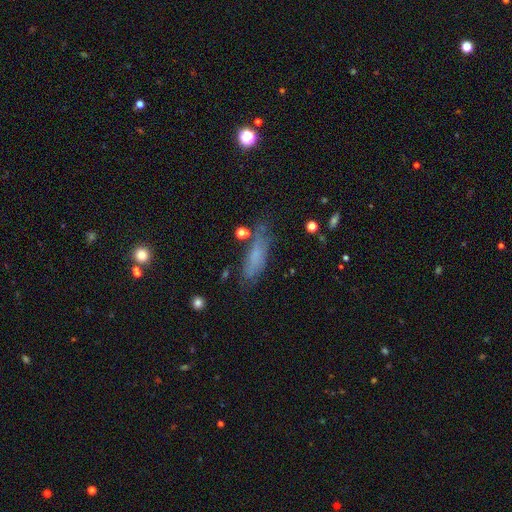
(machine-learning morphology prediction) type=smooth (64%); roundness=cigar-shaped (52%); merging=none (63%).